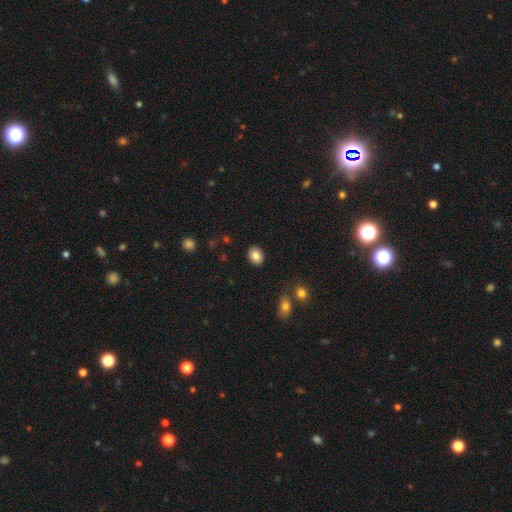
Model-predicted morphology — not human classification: This appears to be a smooth galaxy with no disk features (85%) that is in between round and cigar-shaped (56%). Merging: none (89%).